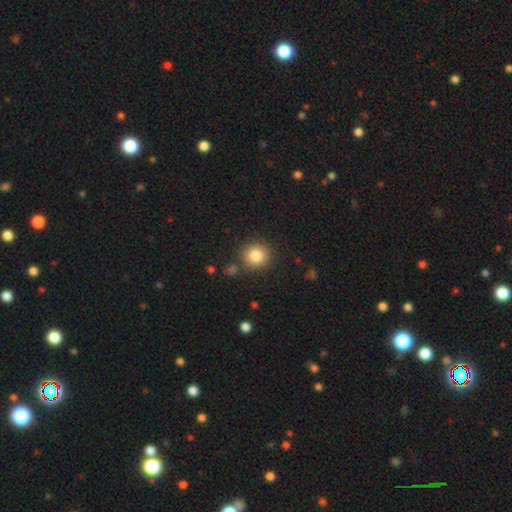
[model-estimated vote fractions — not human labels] Smooth or featured?
  - smooth: 82% *
  - star or artifact: 11%
  - featured or disk: 7%
How rounded?
  - round: 91% *
  - in between: 8%
  - cigar-shaped: 1%
Merging?
  - none: 86% *
  - minor disturbance: 8%
  - merger: 4%
  - major disturbance: 3%